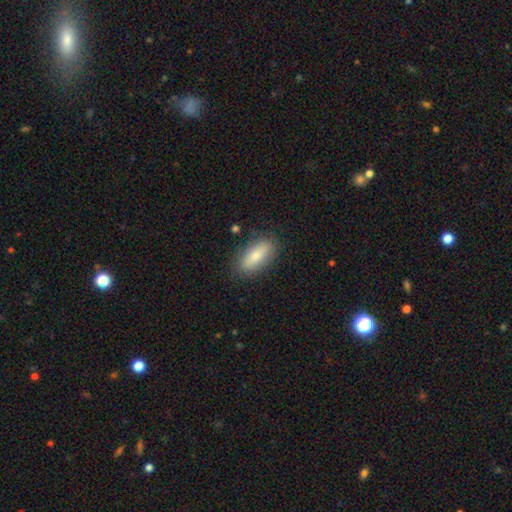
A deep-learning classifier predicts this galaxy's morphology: type=smooth (78%); roundness=in between (81%); merging=none (83%).